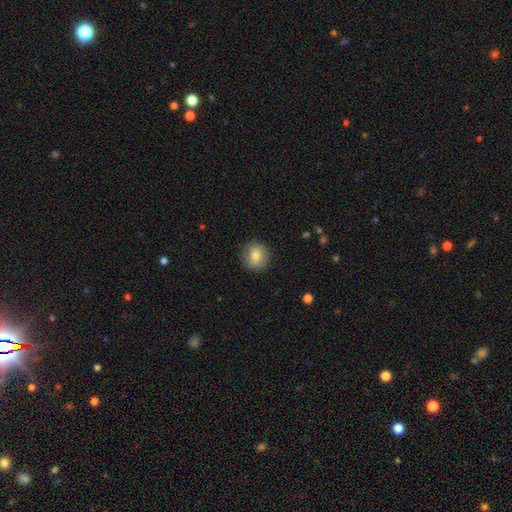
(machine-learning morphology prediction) smooth 76%, featured or disk 14%, star or artifact 9%. Down the decision tree: how rounded — round (89%); merging — none (87%).